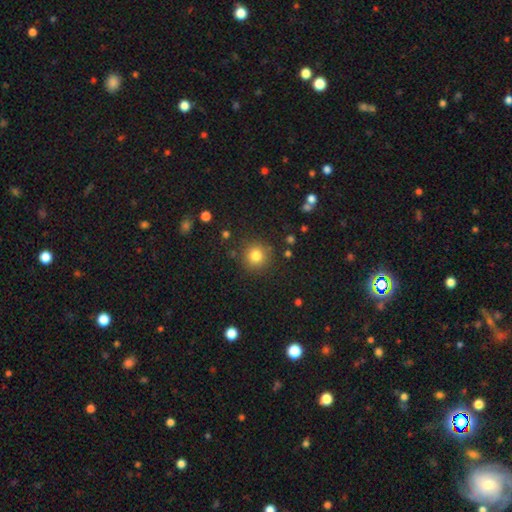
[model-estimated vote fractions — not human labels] A smooth galaxy with no disk features (82%) that is round (93%). Merging: none (87%).